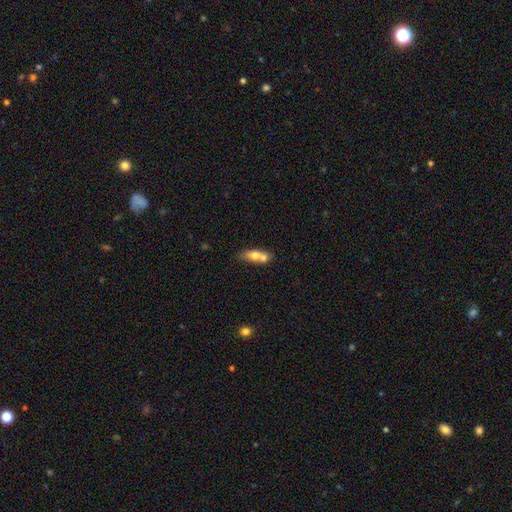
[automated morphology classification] Smooth or featured?
  - smooth: 66% *
  - featured or disk: 26%
  - star or artifact: 8%
How rounded?
  - in between: 66% *
  - cigar-shaped: 21%
  - round: 14%
Merging?
  - merger: 59% *
  - none: 28%
  - minor disturbance: 10%
  - major disturbance: 4%